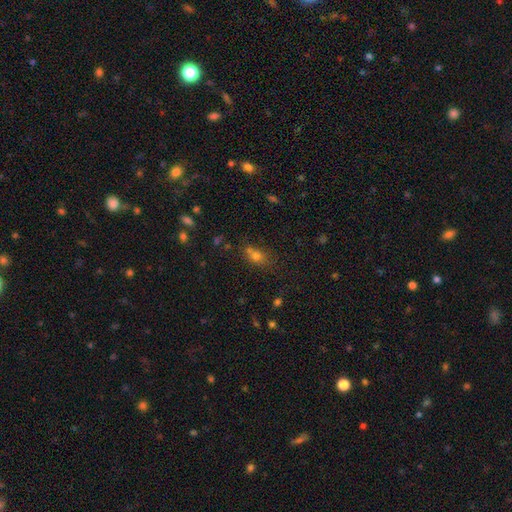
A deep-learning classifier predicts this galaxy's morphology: Q: Smooth or featured?
A: smooth (65%); runner-up: star or artifact (23%)
Q: How rounded?
A: in between (55%); runner-up: round (39%)
Q: Merging?
A: none (52%); runner-up: merger (23%)